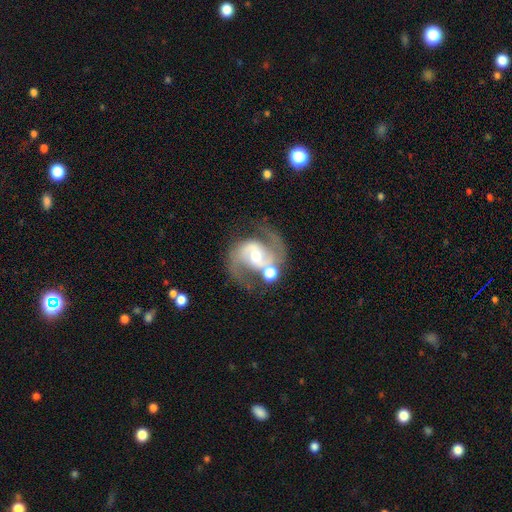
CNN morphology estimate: Smooth or featured?
  - featured or disk: 89% *
  - star or artifact: 6%
  - smooth: 5%
Edge-on disk?
  - no: 98% *
  - yes: 2%
Bar?
  - weak: 43% *
  - no: 38%
  - strong: 19%
Spiral arms?
  - yes: 97% *
  - no: 3%
Spiral winding?
  - medium: 62% *
  - loose: 22%
  - tight: 16%
Spiral arm count?
  - 2: 92% *
  - can't tell: 2%
  - 1: 2%
  - 3: 2%
  - 4: 1%
  - more than 4: 1%
Bulge size?
  - moderate: 61% *
  - small: 31%
  - large: 5%
  - none: 1%
  - dominant: 1%
Merging?
  - none: 62% *
  - minor disturbance: 15%
  - merger: 14%
  - major disturbance: 9%